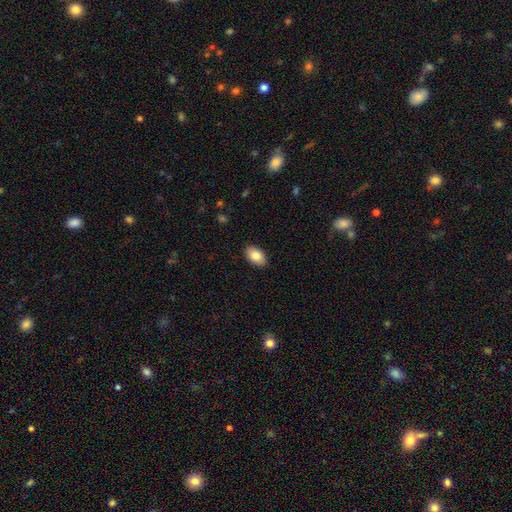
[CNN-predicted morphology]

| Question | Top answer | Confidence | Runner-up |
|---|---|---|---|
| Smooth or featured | smooth | 83% | featured or disk (10%) |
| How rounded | in between | 92% | round (6%) |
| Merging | none | 89% | minor disturbance (9%) |